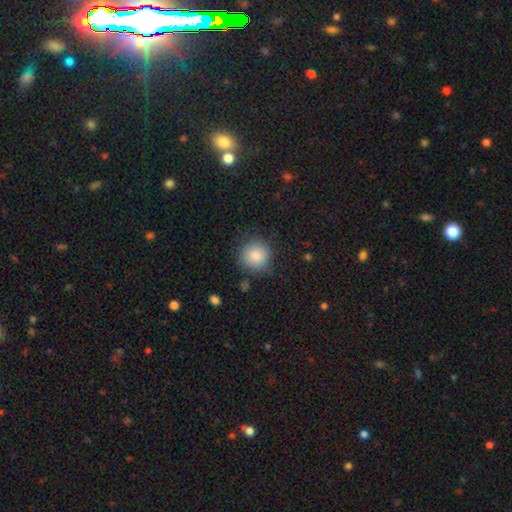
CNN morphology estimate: Smooth or featured? smooth (83%)
How rounded? round (93%)
Merging? none (81%)